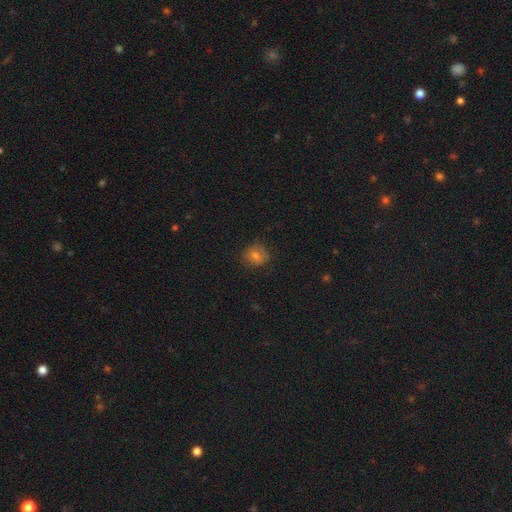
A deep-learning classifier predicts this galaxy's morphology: Q: Smooth or featured?
A: smooth (70%); runner-up: star or artifact (16%)
Q: How rounded?
A: round (84%); runner-up: in between (15%)
Q: Merging?
A: none (80%); runner-up: minor disturbance (15%)